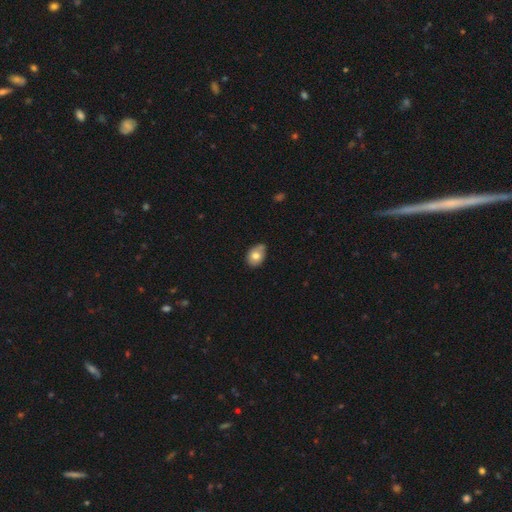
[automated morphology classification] A smooth galaxy with no disk features (76%) that is in between round and cigar-shaped (77%). Merging: none (63%).